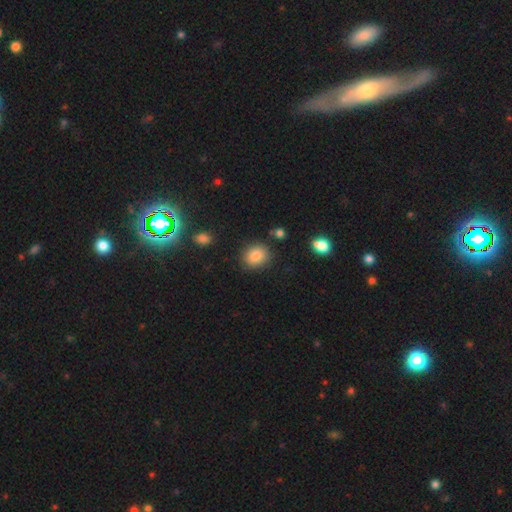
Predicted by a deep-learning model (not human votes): smooth-or-featured: smooth: 85% | star or artifact: 9% | featured or disk: 6%
  how-rounded: round: 66% | in between: 33% | cigar-shaped: 1%
  merging: none: 84% | minor disturbance: 10% | merger: 3% | major disturbance: 3%